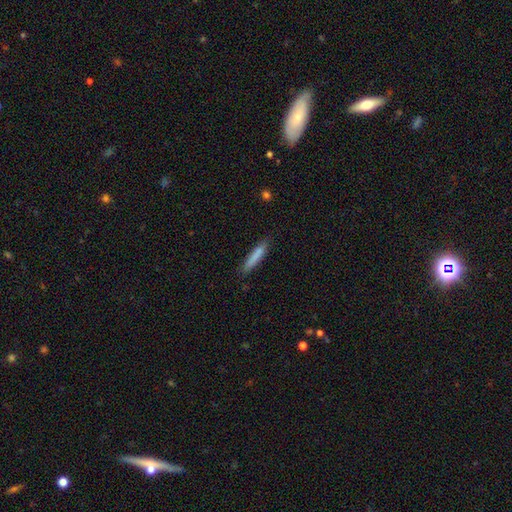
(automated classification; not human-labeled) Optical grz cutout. It shows a smooth galaxy with no disk features (79%) that is cigar-shaped (92%). Merging: none (83%).